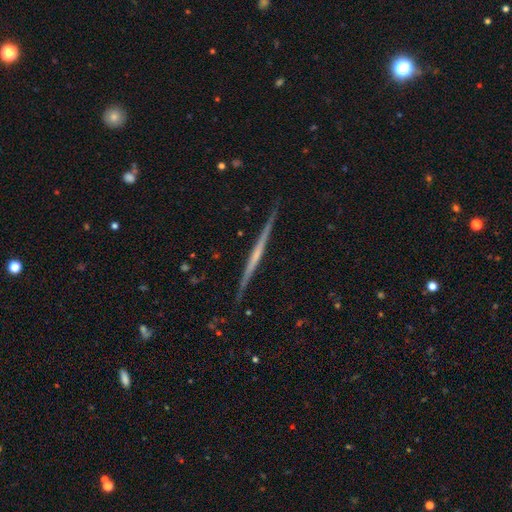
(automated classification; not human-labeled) This is likely a featured or disk galaxy (74%). It is clearly viewed edge-on (98%). Edge-on bulge: likely none (73%). Merging: clearly none (90%).